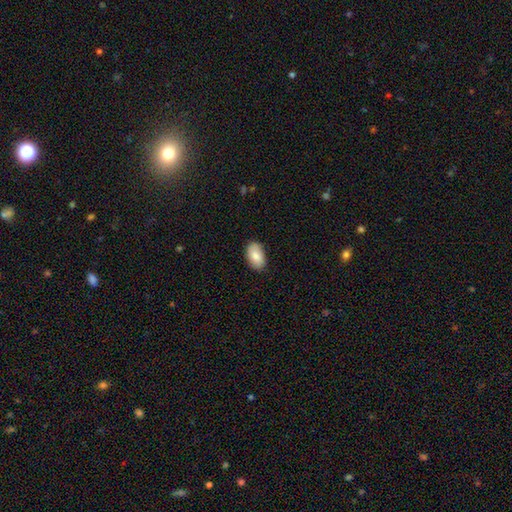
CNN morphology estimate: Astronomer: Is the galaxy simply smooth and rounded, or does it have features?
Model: smooth — 83%.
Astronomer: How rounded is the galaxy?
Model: in between — 94%.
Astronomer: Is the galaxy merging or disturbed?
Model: none — 86%.